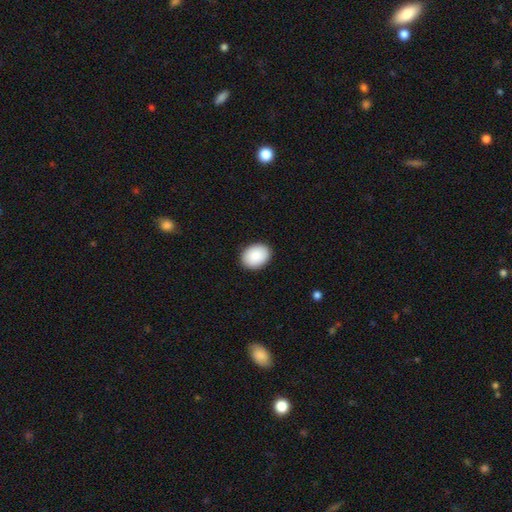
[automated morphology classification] smooth_or_featured: smooth (p=0.90) [alt: star or artifact p=0.06]
how_rounded: in between (p=0.67) [alt: round p=0.32]
merging: none (p=0.90) [alt: minor disturbance p=0.07]